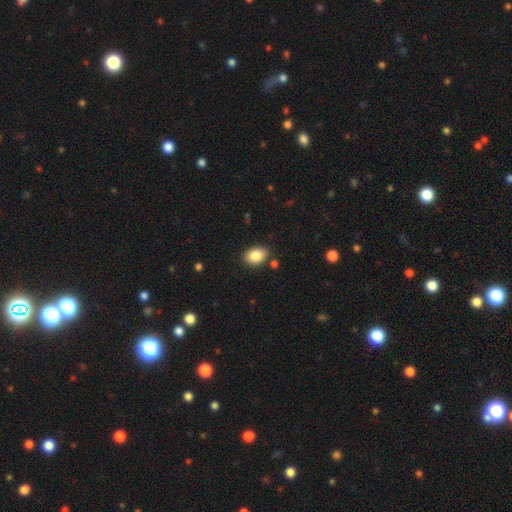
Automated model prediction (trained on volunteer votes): Morphology: type=smooth (86%); roundness=in between (77%); merging=none (83%).